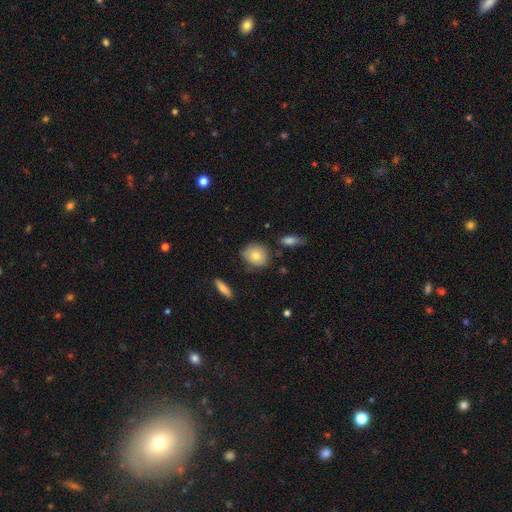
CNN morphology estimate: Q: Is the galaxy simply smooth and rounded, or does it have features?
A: smooth — 76%.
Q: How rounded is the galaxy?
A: round — 64%.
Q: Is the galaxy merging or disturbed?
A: none — 76%.